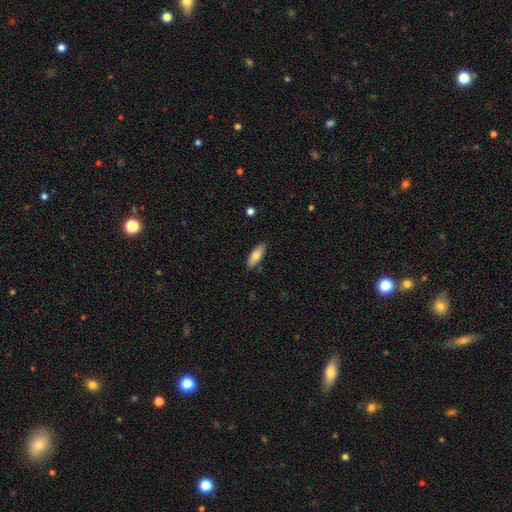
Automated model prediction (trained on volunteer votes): smooth_or_featured: smooth (p=0.80) [alt: featured or disk p=0.13]
how_rounded: in between (p=0.73) [alt: cigar-shaped p=0.25]
merging: none (p=0.86) [alt: minor disturbance p=0.11]